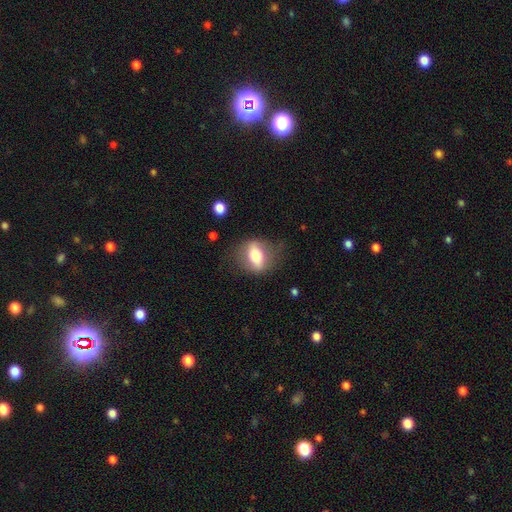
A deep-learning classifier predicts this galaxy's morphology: Smooth or featured? smooth (59%)
How rounded? in between (68%)
Merging? none (72%)